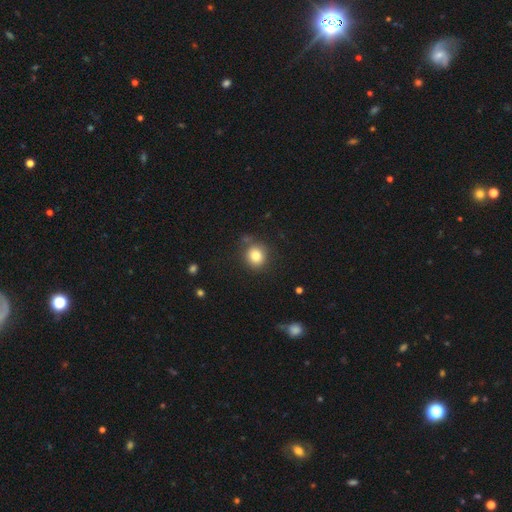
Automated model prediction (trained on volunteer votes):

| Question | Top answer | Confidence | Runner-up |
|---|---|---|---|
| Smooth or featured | smooth | 82% | star or artifact (11%) |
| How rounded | round | 83% | in between (16%) |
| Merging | none | 81% | minor disturbance (12%) |